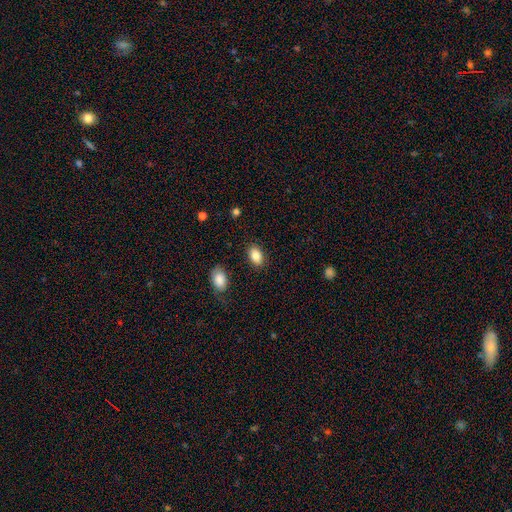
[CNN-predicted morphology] A smooth galaxy with no disk features (86%) that is in between round and cigar-shaped (88%).

Vote fractions:
- Smooth or featured? smooth: 86% / star or artifact: 8% / featured or disk: 6%
- How rounded? in between: 88% / round: 11% / cigar-shaped: 2%
- Merging? none: 85% / minor disturbance: 10% / major disturbance: 3% / merger: 2%